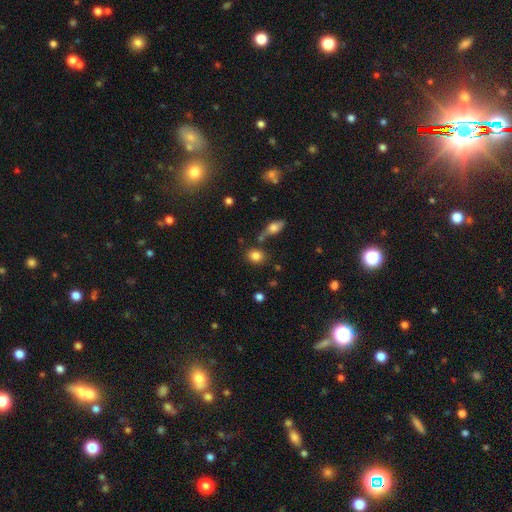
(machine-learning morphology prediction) Smooth or featured? Predicted: smooth (p=0.83). How rounded? Predicted: round (p=0.59). Merging? Predicted: none (p=0.73).